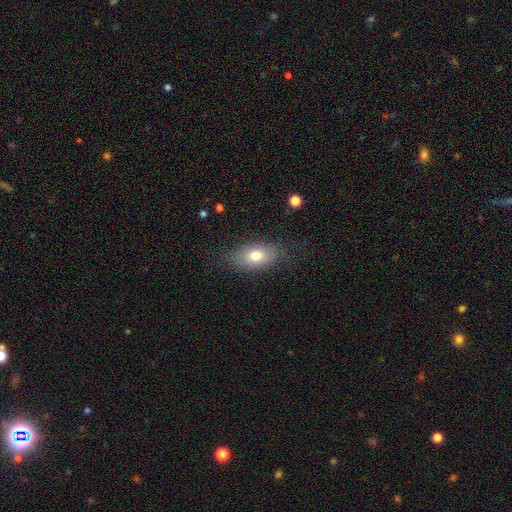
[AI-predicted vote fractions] Smooth or featured: smooth — 74% (featured or disk — 18%)
How rounded: in between — 88% (round — 10%)
Merging: none — 77% (minor disturbance — 16%)